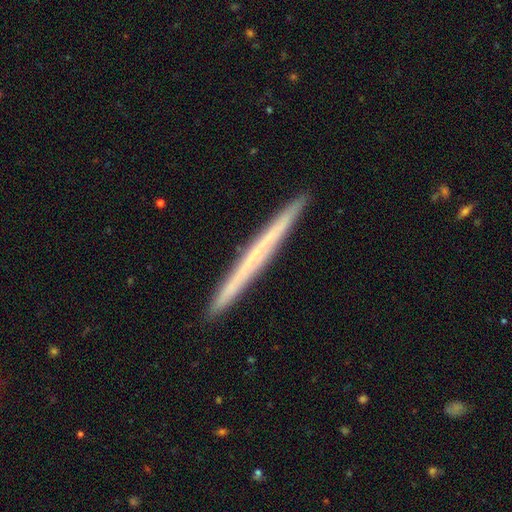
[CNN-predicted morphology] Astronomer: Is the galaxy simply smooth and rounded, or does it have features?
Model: featured or disk — 53% (runner-up: smooth, 42%).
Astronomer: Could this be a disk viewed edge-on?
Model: yes — 98%.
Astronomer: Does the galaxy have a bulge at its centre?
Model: none — 90%.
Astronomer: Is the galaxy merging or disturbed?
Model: none — 92%.